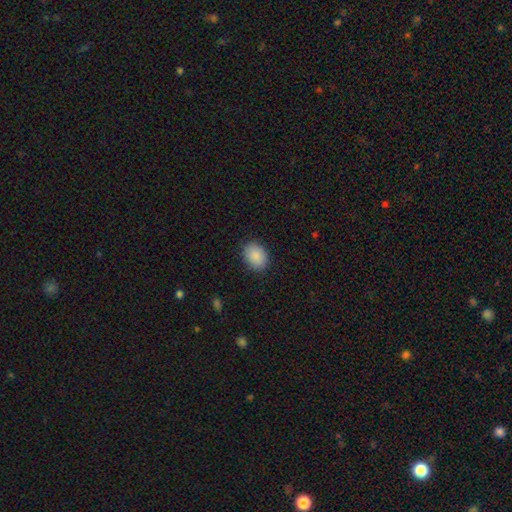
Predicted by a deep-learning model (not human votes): smooth 89%, star or artifact 7%, featured or disk 4%. Down the decision tree: how rounded — in between (69%); merging — none (88%).